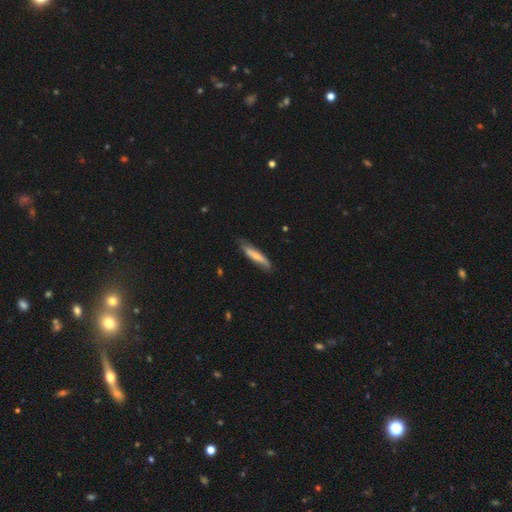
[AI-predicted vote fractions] smooth_or_featured: smooth (p=0.57) [alt: featured or disk p=0.38]
how_rounded: cigar-shaped (p=0.85) [alt: in between p=0.14]
merging: none (p=0.75) [alt: minor disturbance p=0.20]